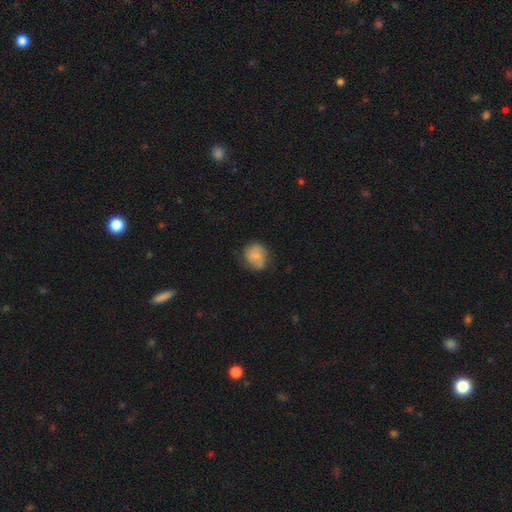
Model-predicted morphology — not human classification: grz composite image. It shows a smooth galaxy with no disk features (56%) that is round (78%). Merging: none (67%).